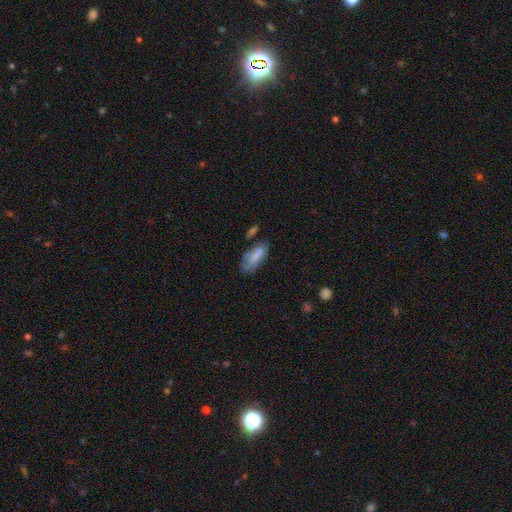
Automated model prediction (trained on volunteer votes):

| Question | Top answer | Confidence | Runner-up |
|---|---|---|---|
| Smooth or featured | smooth | 71% | featured or disk (21%) |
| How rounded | in between | 80% | cigar-shaped (18%) |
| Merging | none | 55% | minor disturbance (26%) |